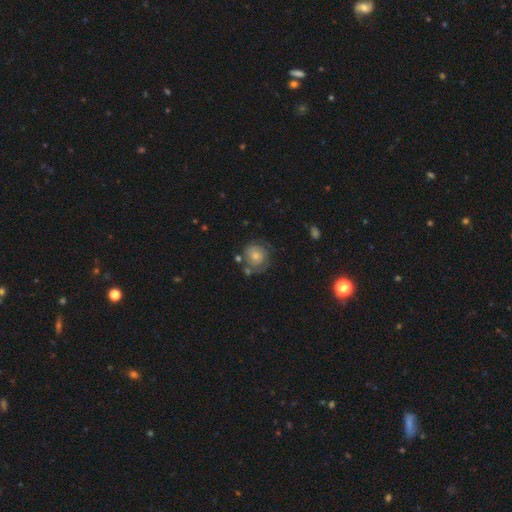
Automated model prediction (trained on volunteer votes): The model was most divided on "smooth or featured": featured or disk: 50%, smooth: 41%, star or artifact: 8%. More confident: edge-on disk — no (97%); merging — none (59%).